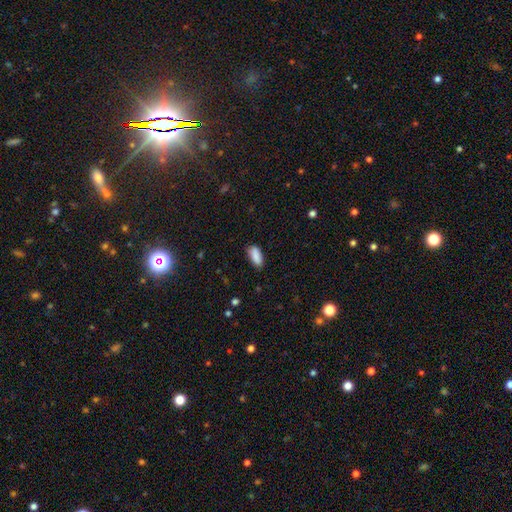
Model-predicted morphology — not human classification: The model was most divided on "how rounded": in between: 84%, cigar-shaped: 14%, round: 2%. More confident: smooth or featured — smooth (89%); merging — none (83%).